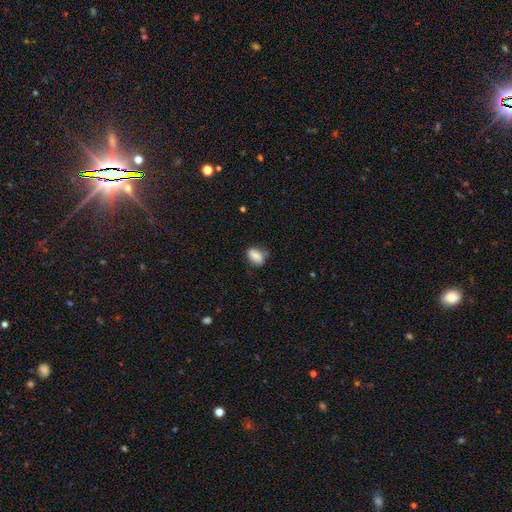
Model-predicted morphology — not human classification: Q: Smooth or featured?
A: smooth (80%); runner-up: featured or disk (12%)
Q: How rounded?
A: in between (83%); runner-up: round (14%)
Q: Merging?
A: none (63%); runner-up: minor disturbance (27%)